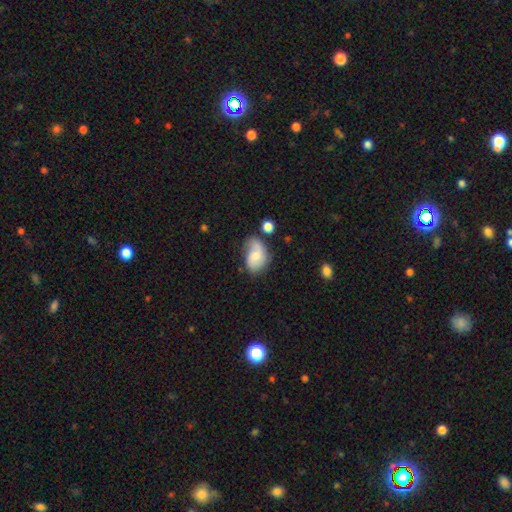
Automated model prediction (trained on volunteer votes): This is possibly a smooth galaxy (47%). Merging: possibly none (46%).